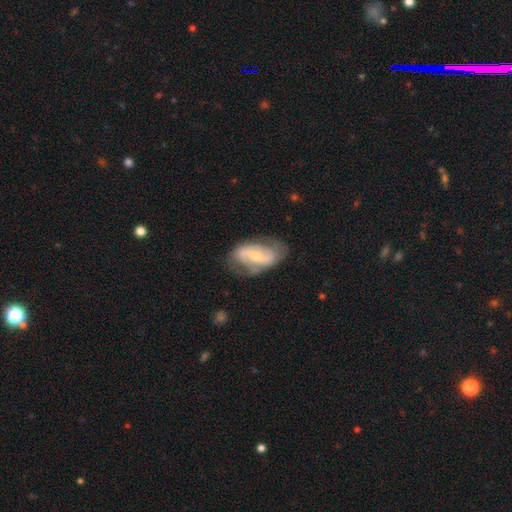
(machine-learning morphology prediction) Smooth or featured? Predicted: featured or disk (p=0.75). Edge-on disk? Predicted: no (p=0.95). Bar? Predicted: strong (p=0.40, tied with weak). Spiral arms? Predicted: yes (p=0.83). Spiral winding? Predicted: medium (p=0.43). Spiral arm count? Predicted: 2 (p=0.82). Bulge size? Predicted: small (p=0.47). Merging? Predicted: none (p=0.68).